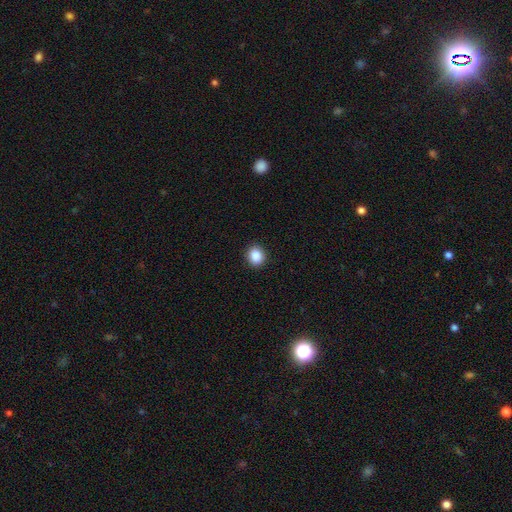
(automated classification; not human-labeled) Smooth or featured: smooth — 86% (star or artifact — 10%)
How rounded: round — 76% (in between — 23%)
Merging: none — 92% (minor disturbance — 6%)